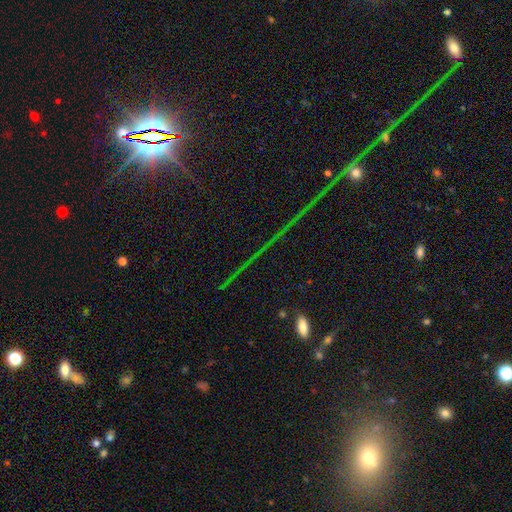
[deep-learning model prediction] Overall: star or artifact (78%).